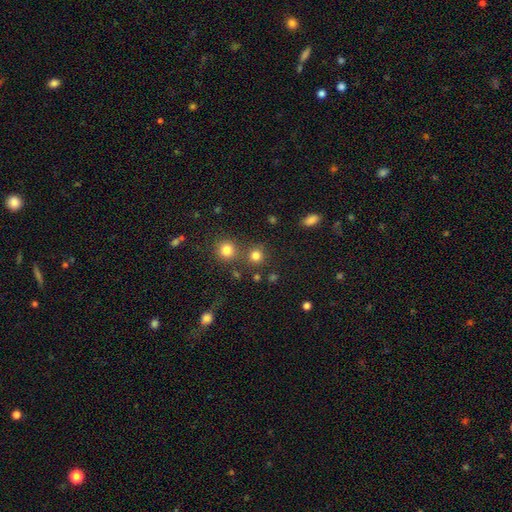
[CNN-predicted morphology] Overall: smooth (78%). How rounded: round (90%). Merging: none (72%).